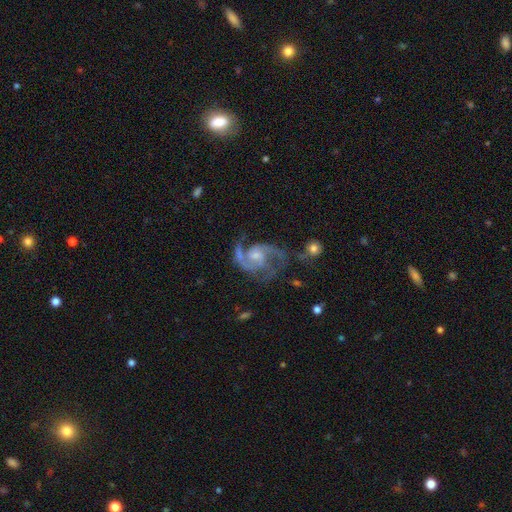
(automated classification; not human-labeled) This is clearly a featured or disk galaxy (91%). It is clearly not viewed edge-on (98%). Bar: possibly no (54%). Spiral arm pattern: clearly yes (98%). Spiral arm count: likely 2 (77%). Spiral winding: possibly medium (59%). Central bulge: possibly small (47%). Merging: possibly none (58%).